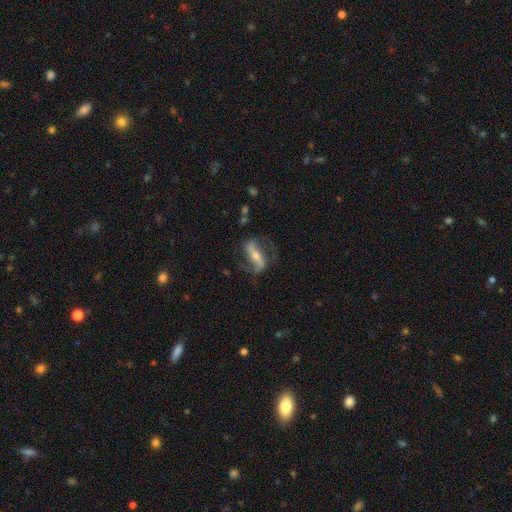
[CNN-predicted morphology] The model was most divided on "bulge size": moderate: 48%, small: 42%, large: 5%, none: 3%, dominant: 1%. More confident: spiral arm count — 2 (89%); spiral arms — yes (87%); edge-on disk — no (82%); smooth or featured — featured or disk (76%); merging — none (69%); bar — strong (62%); spiral winding — loose (58%).